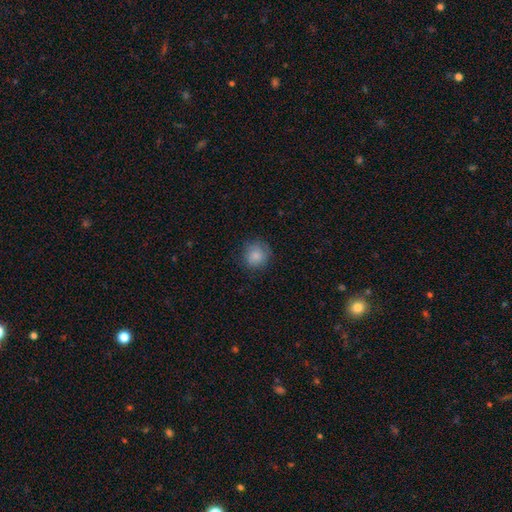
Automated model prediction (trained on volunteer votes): This is clearly a smooth galaxy (84%). How rounded: clearly round (89%). Merging: likely none (78%).